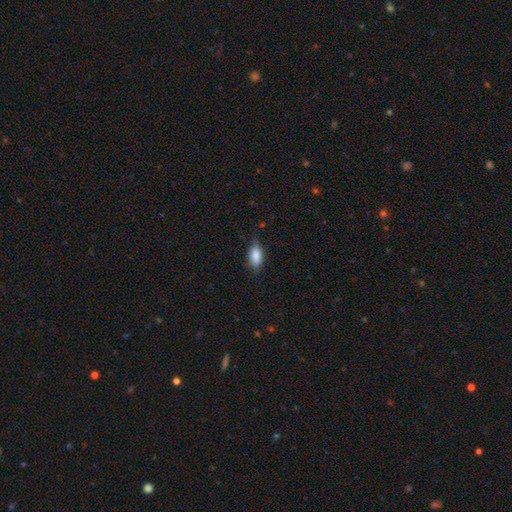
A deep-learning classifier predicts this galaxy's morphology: smooth_or_featured: smooth (p=0.82) [alt: featured or disk p=0.10]
how_rounded: in between (p=0.86) [alt: cigar-shaped p=0.10]
merging: none (p=0.70) [alt: minor disturbance p=0.24]